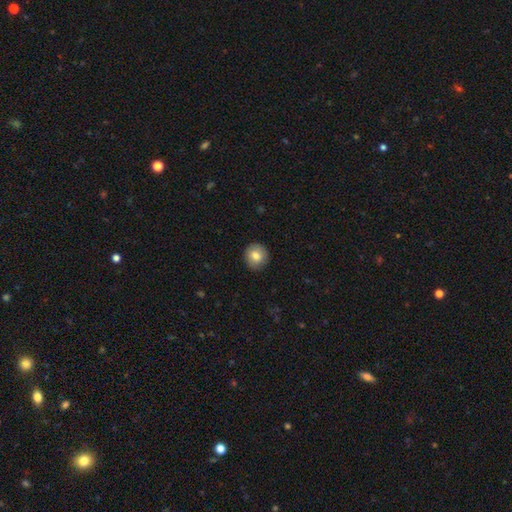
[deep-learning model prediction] Morphology: type=smooth (80%); roundness=round (89%); merging=none (89%).